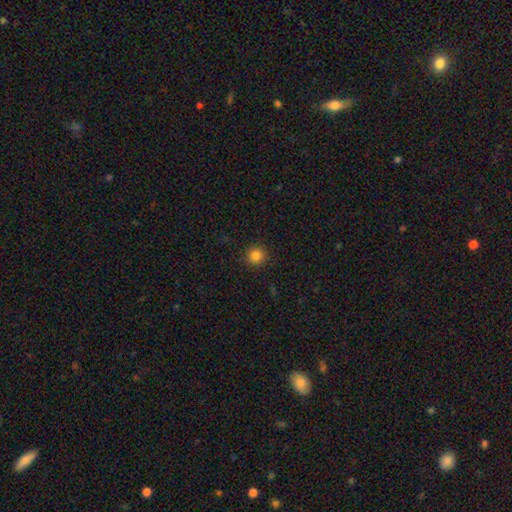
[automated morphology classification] A smooth galaxy with no disk features (83%) that is round (94%).

Vote fractions:
- Smooth or featured? smooth: 83% / star or artifact: 12% / featured or disk: 5%
- How rounded? round: 94% / in between: 5% / cigar-shaped: 1%
- Merging? none: 92% / minor disturbance: 5% / major disturbance: 2% / merger: 1%